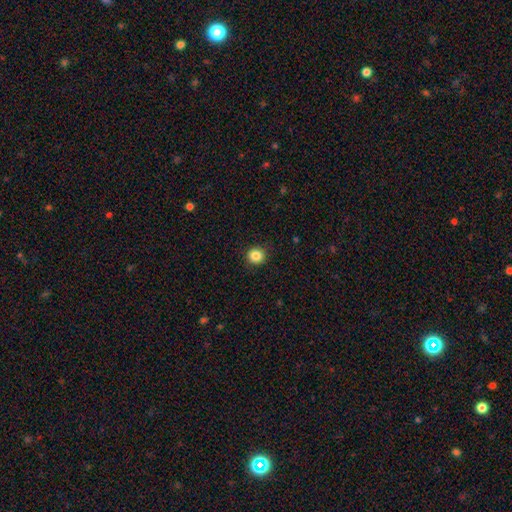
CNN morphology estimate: smooth 85%, star or artifact 11%, featured or disk 4%. Down the decision tree: how rounded — round (92%); merging — none (90%).